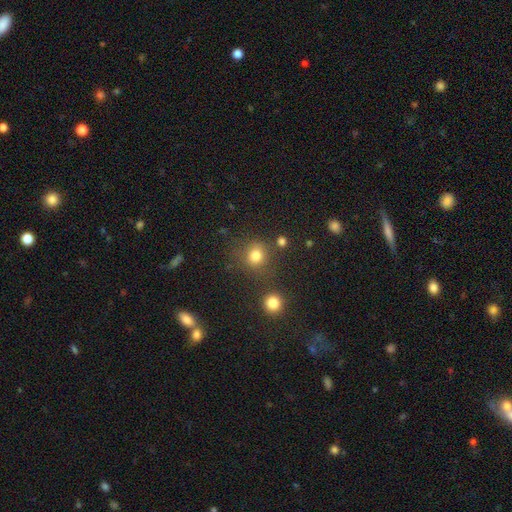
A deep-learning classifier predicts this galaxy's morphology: The model was most divided on "merging": none: 73%, minor disturbance: 12%, merger: 10%, major disturbance: 6%. More confident: how rounded — round (84%); smooth or featured — smooth (78%).